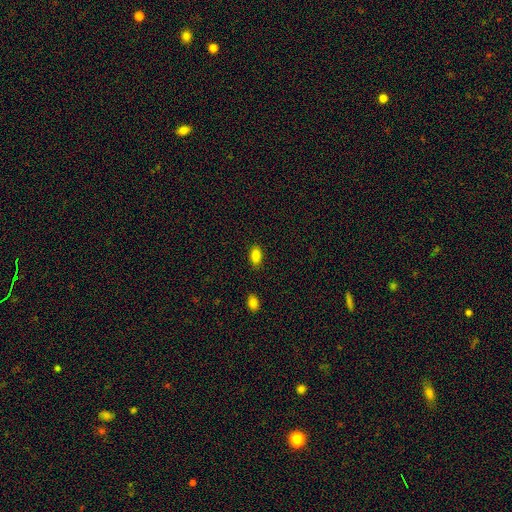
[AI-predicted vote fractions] Overall: smooth (86%). How rounded: in between (92%). Merging: none (86%).